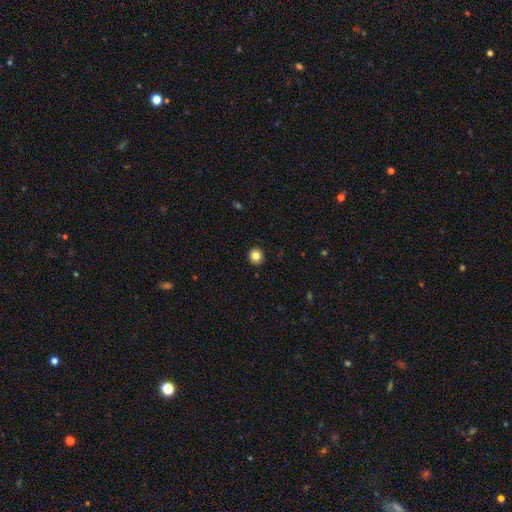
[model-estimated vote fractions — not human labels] A smooth galaxy with no disk features (83%) that is round (90%).

Vote fractions:
- Smooth or featured? smooth: 83% / star or artifact: 10% / featured or disk: 7%
- How rounded? round: 90% / in between: 9% / cigar-shaped: 1%
- Merging? none: 92% / minor disturbance: 6% / major disturbance: 2% / merger: 1%